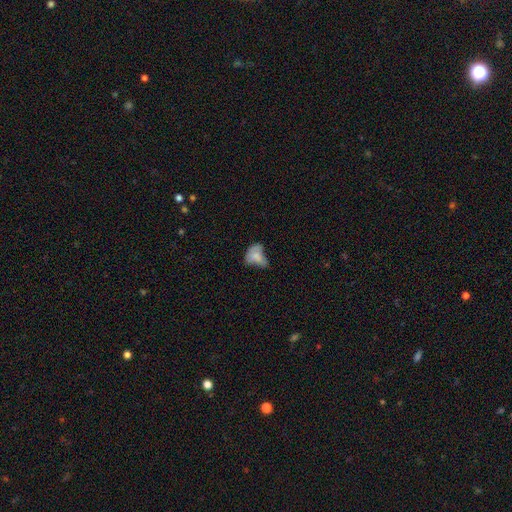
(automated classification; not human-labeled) Smooth or featured? smooth (63%)
How rounded? in between (81%)
Merging? major disturbance (34%)